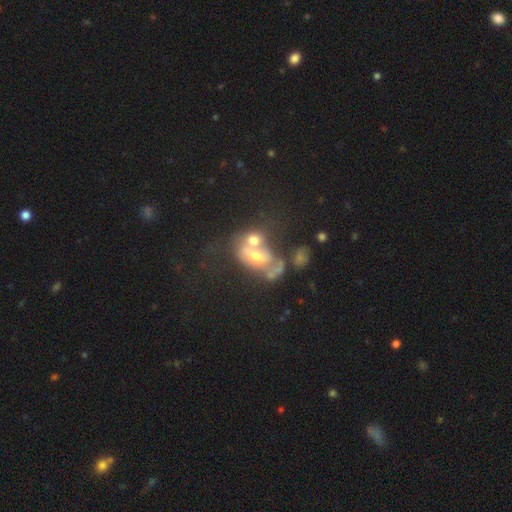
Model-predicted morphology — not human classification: Smooth or featured? Predicted: featured or disk (p=0.52). Edge-on disk? Predicted: no (p=0.93). Merging? Predicted: merger (p=0.63).